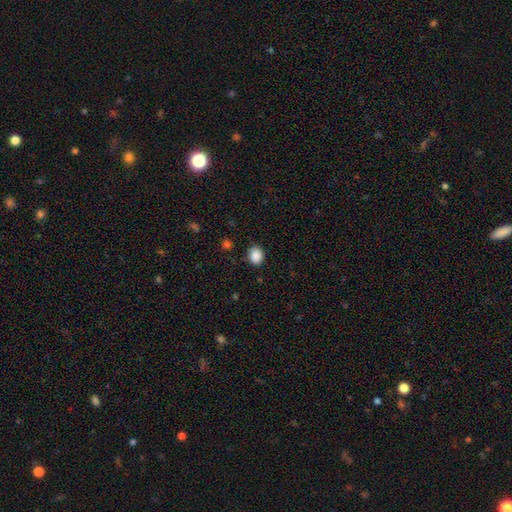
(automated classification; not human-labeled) Smooth or featured?
  - smooth: 88% *
  - star or artifact: 9%
  - featured or disk: 3%
How rounded?
  - round: 63% *
  - in between: 36%
  - cigar-shaped: 1%
Merging?
  - none: 86% *
  - minor disturbance: 10%
  - major disturbance: 3%
  - merger: 1%